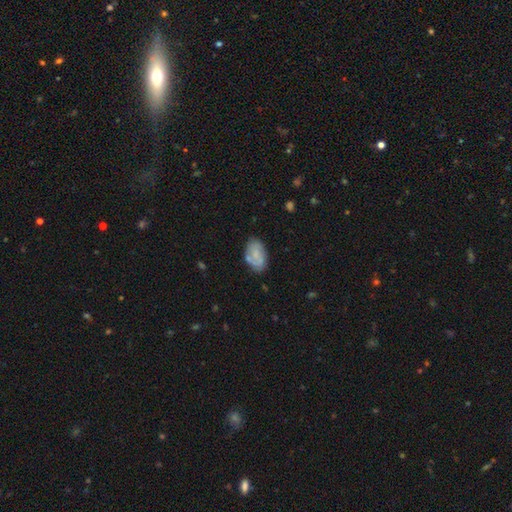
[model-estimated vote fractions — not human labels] Smooth or featured? featured or disk (48%)
Merging? none (69%)